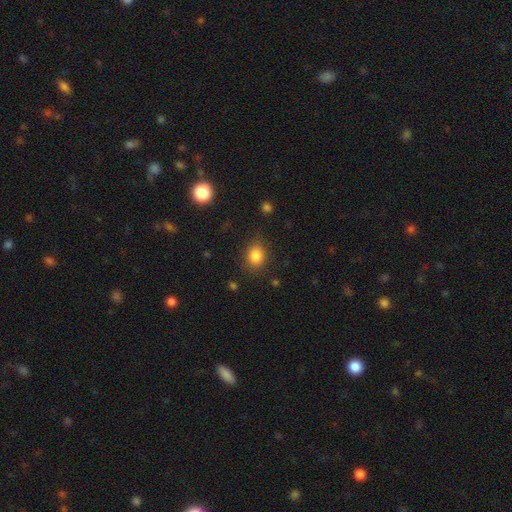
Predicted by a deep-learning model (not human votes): smooth_or_featured: smooth (p=0.84) [alt: star or artifact p=0.11]
how_rounded: round (p=0.55) [alt: in between p=0.44]
merging: none (p=0.83) [alt: minor disturbance p=0.12]